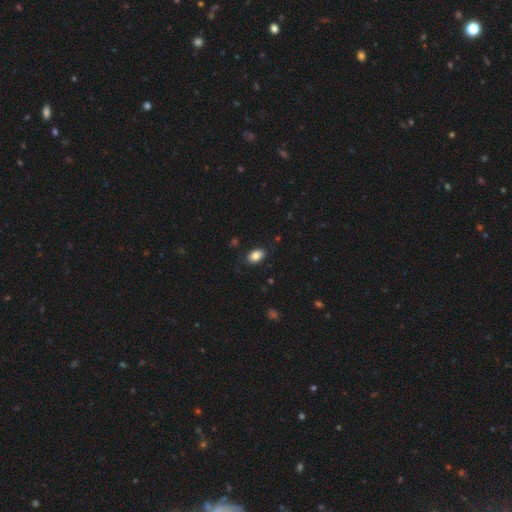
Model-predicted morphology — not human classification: This is clearly a smooth galaxy (83%). How rounded: clearly in between (88%). Merging: clearly none (85%).